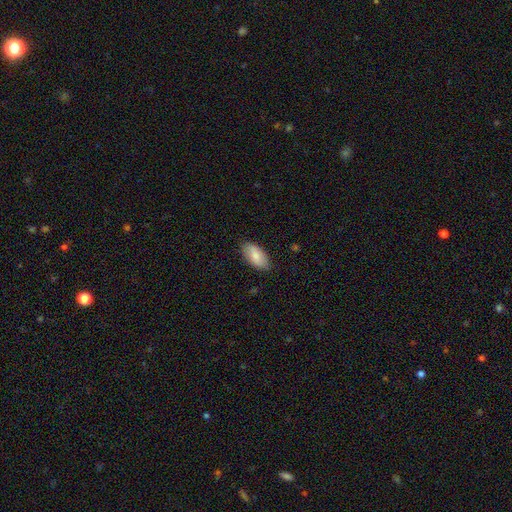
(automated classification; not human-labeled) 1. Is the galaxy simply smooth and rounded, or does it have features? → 80% smooth, 14% featured or disk, 6% star or artifact.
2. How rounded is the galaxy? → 93% in between, 4% cigar-shaped, 2% round.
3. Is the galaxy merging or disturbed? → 83% none, 13% minor disturbance, 2% major disturbance, 1% merger.